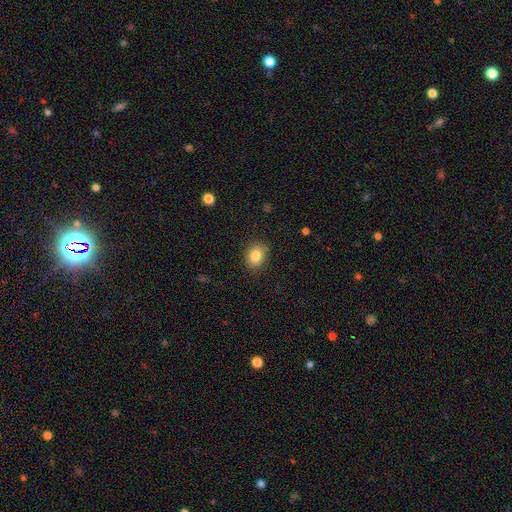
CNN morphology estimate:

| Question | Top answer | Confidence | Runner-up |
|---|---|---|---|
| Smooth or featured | smooth | 83% | star or artifact (9%) |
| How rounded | in between | 58% | round (41%) |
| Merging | none | 86% | minor disturbance (10%) |